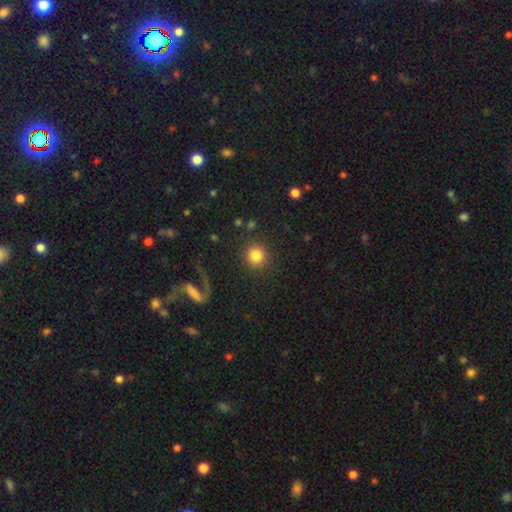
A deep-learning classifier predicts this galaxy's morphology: Smooth or featured?
  - smooth: 83% *
  - star or artifact: 10%
  - featured or disk: 7%
How rounded?
  - round: 93% *
  - in between: 6%
  - cigar-shaped: 1%
Merging?
  - none: 88% *
  - minor disturbance: 6%
  - major disturbance: 4%
  - merger: 2%